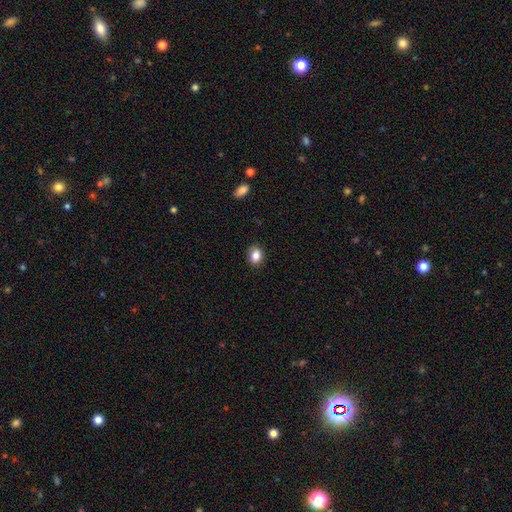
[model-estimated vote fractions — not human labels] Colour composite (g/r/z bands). It shows a smooth galaxy with no disk features (85%) that is in between round and cigar-shaped (57%). Merging: none (89%).